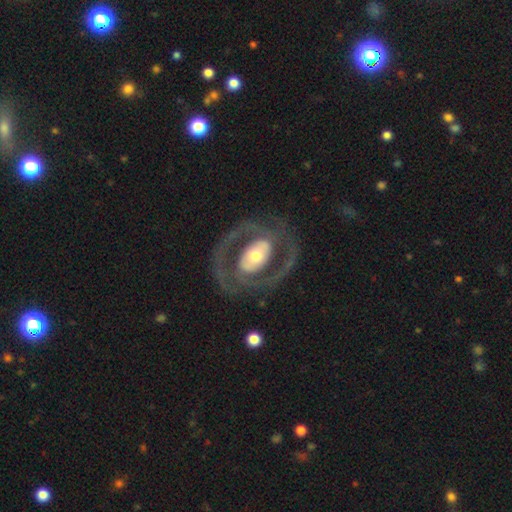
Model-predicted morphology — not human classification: Smooth or featured?
  - featured or disk: 83% *
  - smooth: 13%
  - star or artifact: 4%
Edge-on disk?
  - no: 96% *
  - yes: 4%
Bar?
  - no: 43% *
  - strong: 29%
  - weak: 28%
Spiral arms?
  - yes: 75% *
  - no: 25%
Spiral winding?
  - medium: 47% *
  - tight: 36%
  - loose: 17%
Spiral arm count?
  - 2: 85% *
  - can't tell: 7%
  - 1: 4%
  - 3: 2%
  - 4: 1%
  - more than 4: 1%
Bulge size?
  - moderate: 62% *
  - large: 19%
  - small: 15%
  - dominant: 2%
  - none: 1%
Merging?
  - none: 76% *
  - minor disturbance: 12%
  - major disturbance: 11%
  - merger: 1%